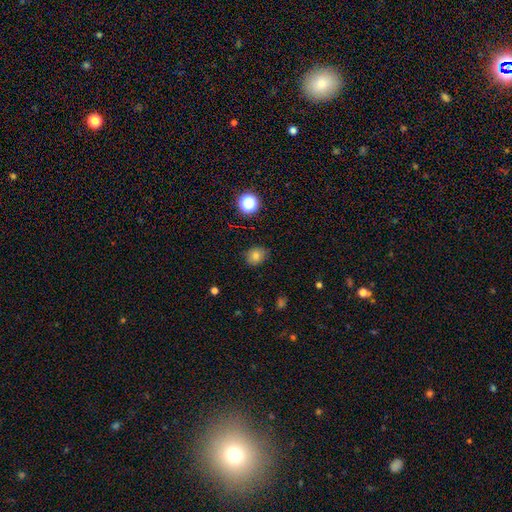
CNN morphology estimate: Smooth or featured? Predicted: smooth (p=0.77). How rounded? Predicted: round (p=0.63). Merging? Predicted: none (p=0.82).